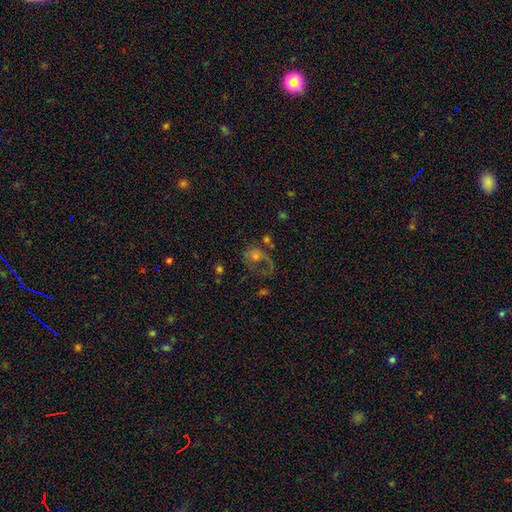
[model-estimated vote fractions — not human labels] Smooth or featured? Predicted: featured or disk (p=0.50). Merging? Predicted: major disturbance (p=0.43).